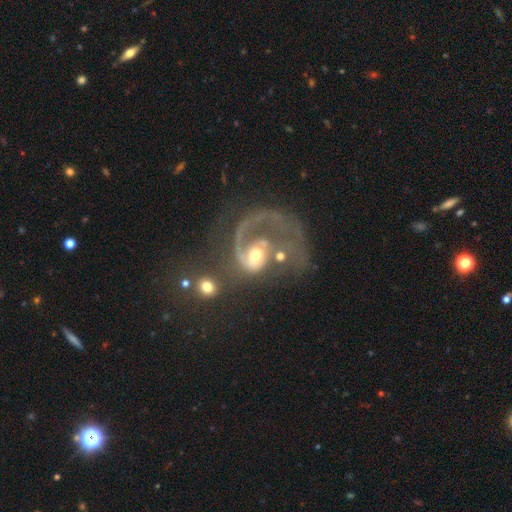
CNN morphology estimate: This appears to be a featured or disk galaxy (78%) with no bar (60%), 1 (71%) loose (41%) spiral arms (84%) and a moderate central bulge (63%). Merging: major disturbance (41%).